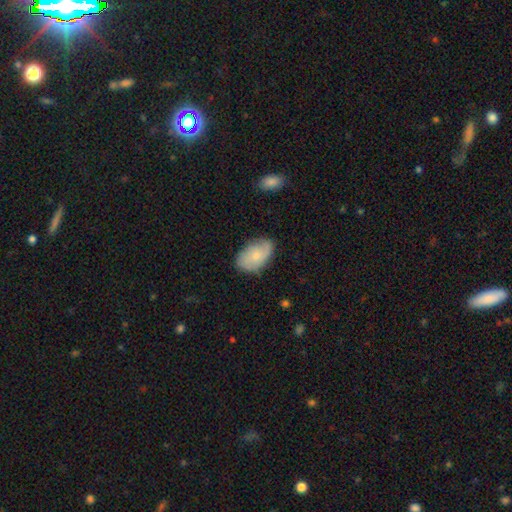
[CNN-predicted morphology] A smooth galaxy with no disk features (57%) that is in between round and cigar-shaped (90%).

Vote fractions:
- Smooth or featured? smooth: 57% / featured or disk: 36% / star or artifact: 6%
- How rounded? in between: 90% / round: 9% / cigar-shaped: 1%
- Merging? none: 72% / minor disturbance: 21% / major disturbance: 5% / merger: 1%